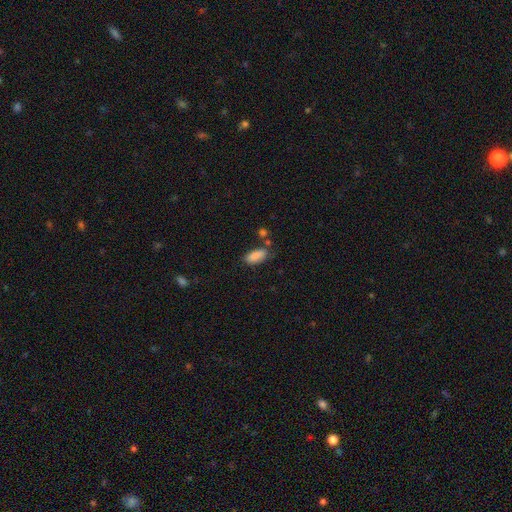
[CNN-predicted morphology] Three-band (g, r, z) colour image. It shows a smooth galaxy with no disk features (88%) that is in between round and cigar-shaped (83%). Merging: none (71%).